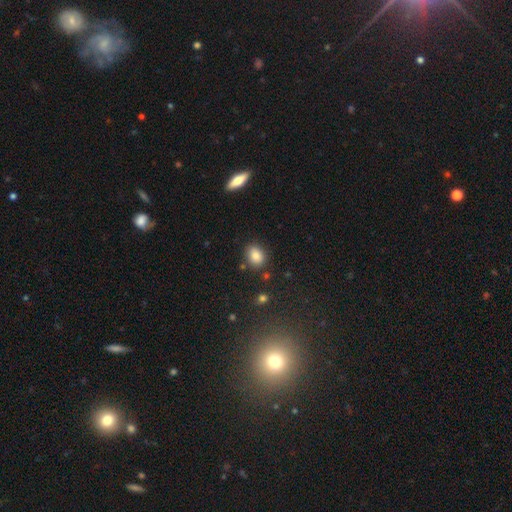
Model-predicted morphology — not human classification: smooth-or-featured: smooth: 84% | star or artifact: 10% | featured or disk: 6%
  how-rounded: in between: 60% | round: 39% | cigar-shaped: 1%
  merging: none: 82% | minor disturbance: 11% | merger: 4% | major disturbance: 3%